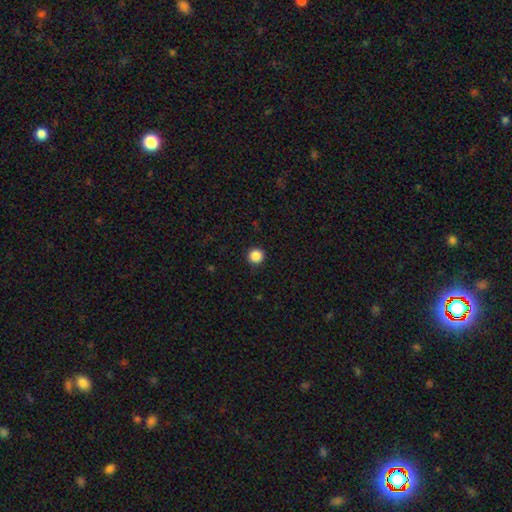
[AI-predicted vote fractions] This is clearly a smooth galaxy (87%). How rounded: clearly round (96%). Merging: clearly none (92%).